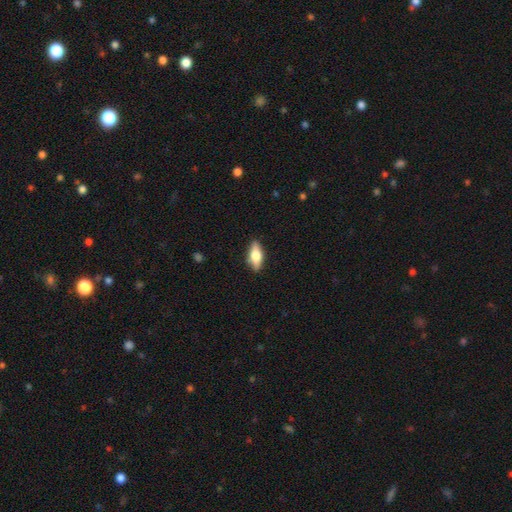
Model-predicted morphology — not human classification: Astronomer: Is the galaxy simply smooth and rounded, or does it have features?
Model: smooth — 60%.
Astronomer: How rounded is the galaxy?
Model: in between — 75%.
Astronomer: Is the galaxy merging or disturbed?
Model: none — 87%.